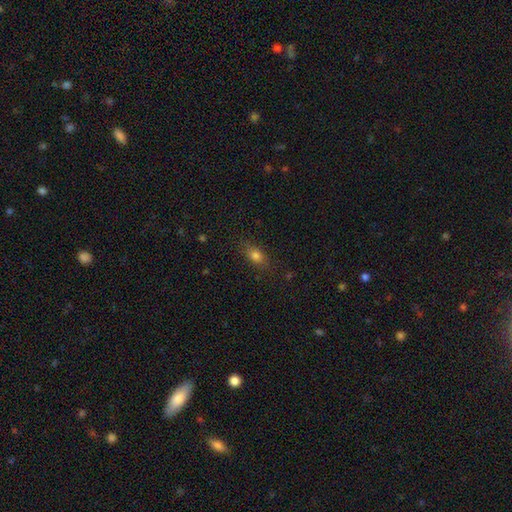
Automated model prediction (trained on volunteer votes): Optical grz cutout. It shows a smooth galaxy with no disk features (78%) that is in between round and cigar-shaped (76%). Merging: none (82%).